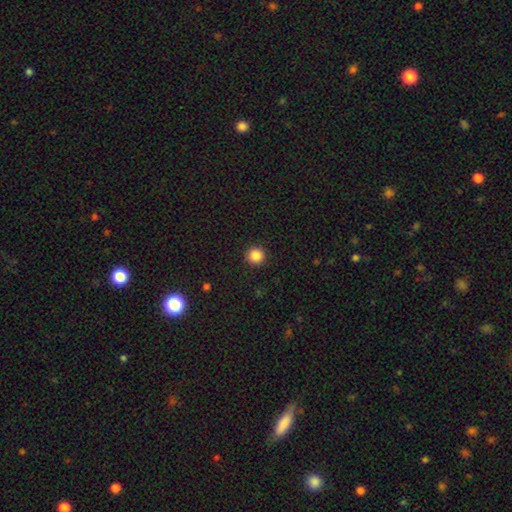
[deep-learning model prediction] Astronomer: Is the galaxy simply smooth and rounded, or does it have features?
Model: smooth — 86%.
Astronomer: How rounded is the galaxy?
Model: round — 96%.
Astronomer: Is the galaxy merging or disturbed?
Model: none — 93%.